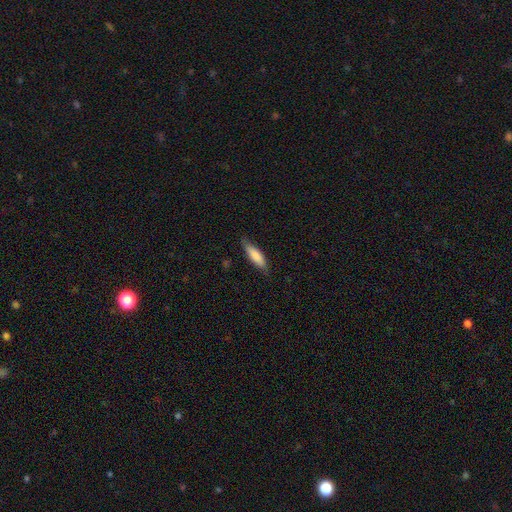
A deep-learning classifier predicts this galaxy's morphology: Smooth or featured? Predicted: smooth (p=0.79). How rounded? Predicted: cigar-shaped (p=0.62). Merging? Predicted: none (p=0.79).